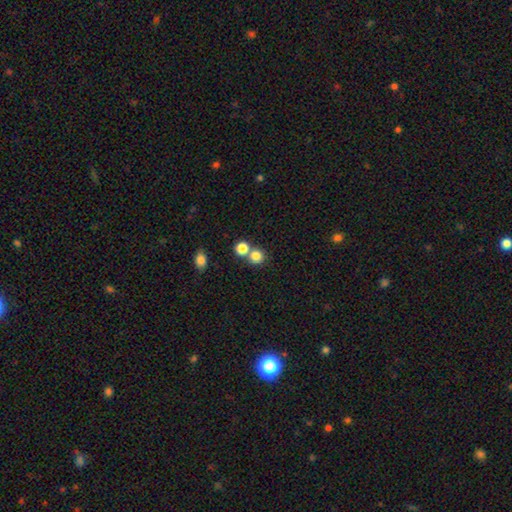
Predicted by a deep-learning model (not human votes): A smooth galaxy with no disk features (81%) that is round (87%). Merging: none (56%).